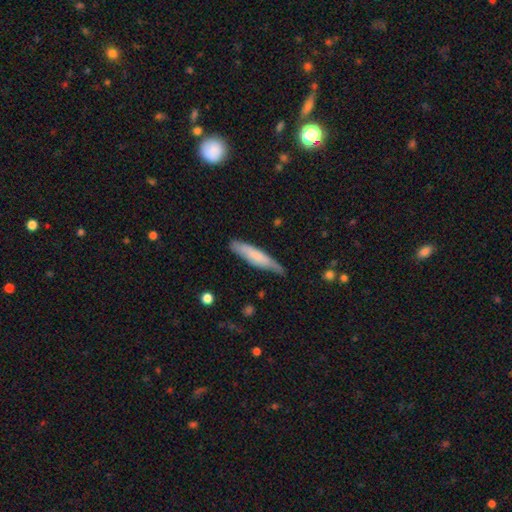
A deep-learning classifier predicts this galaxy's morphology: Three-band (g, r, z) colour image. It shows a smooth galaxy with no disk features (69%) that is cigar-shaped (83%). Merging: none (71%).